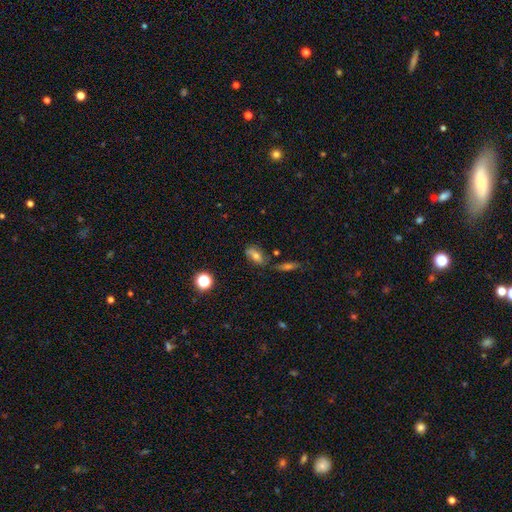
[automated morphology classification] A smooth galaxy with no disk features (65%) that is in between round and cigar-shaped (81%).

Vote fractions:
- Smooth or featured? smooth: 65% / featured or disk: 22% / star or artifact: 14%
- How rounded? in between: 81% / cigar-shaped: 10% / round: 9%
- Merging? none: 64% / minor disturbance: 20% / merger: 10% / major disturbance: 6%